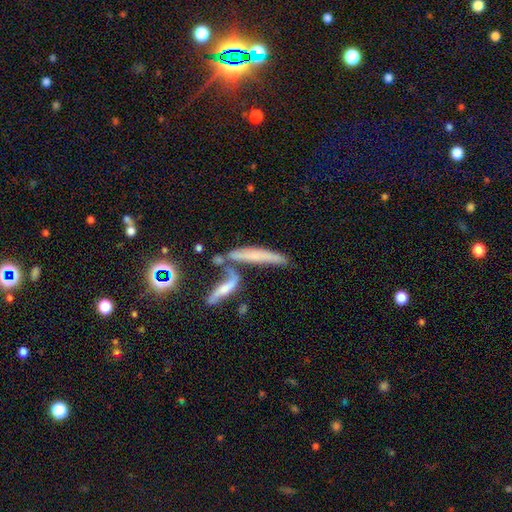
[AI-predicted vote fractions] This appears to be a smooth galaxy with no disk features (44%). Merging: none (41%).